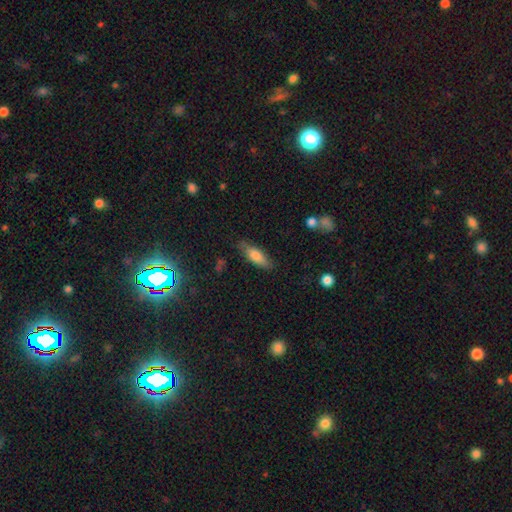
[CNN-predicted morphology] A smooth galaxy with no disk features (70%) that is in between round and cigar-shaped (54%). Merging: none (79%).